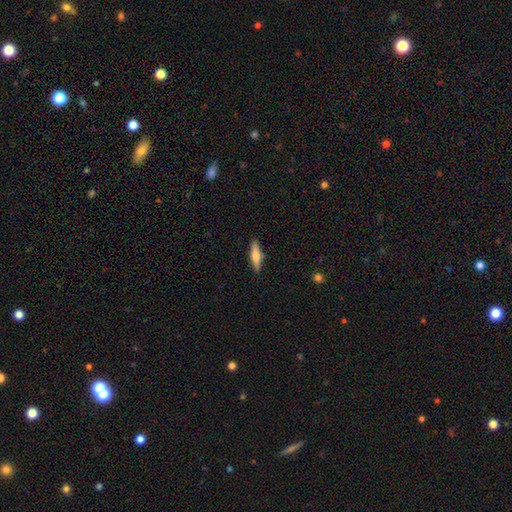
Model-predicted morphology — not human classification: Overall: smooth (52%; featured or disk 42%). How rounded: cigar-shaped (75%). Merging: none (89%).